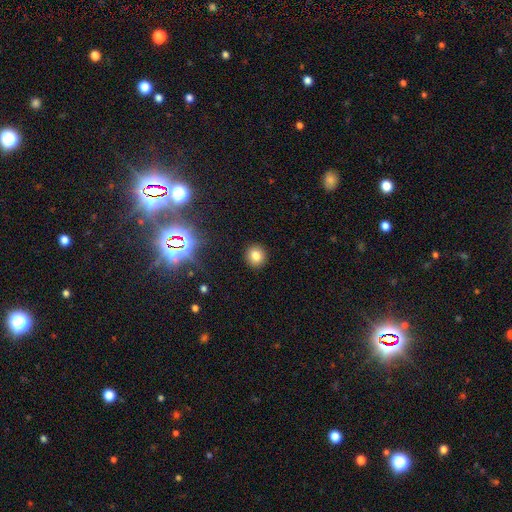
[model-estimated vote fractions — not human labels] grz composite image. It shows a smooth galaxy with no disk features (79%) that is round (88%). Merging: none (91%).